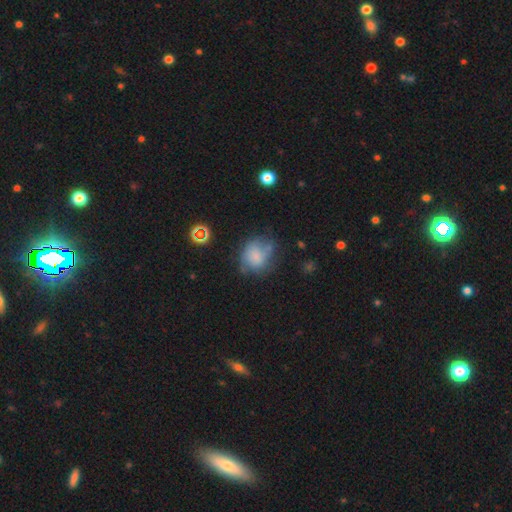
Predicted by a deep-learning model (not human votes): Smooth or featured? smooth (62%)
How rounded? round (63%)
Merging? none (43%)